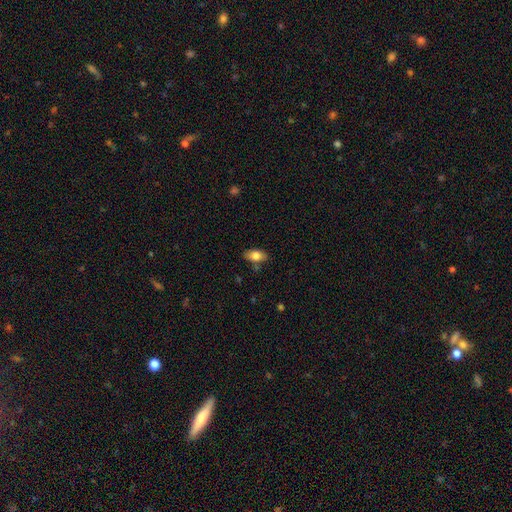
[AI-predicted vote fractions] Smooth or featured: smooth — 78% (featured or disk — 15%)
How rounded: in between — 89% (cigar-shaped — 6%)
Merging: none — 78% (minor disturbance — 15%)